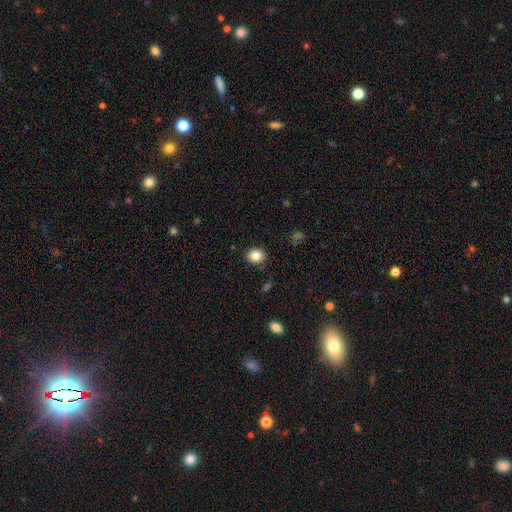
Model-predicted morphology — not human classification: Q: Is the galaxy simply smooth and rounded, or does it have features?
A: smooth — 84%.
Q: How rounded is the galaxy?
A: round — 63%.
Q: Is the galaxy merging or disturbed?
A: none — 88%.